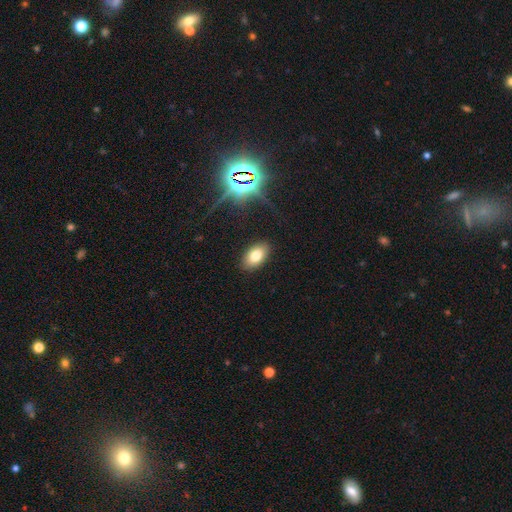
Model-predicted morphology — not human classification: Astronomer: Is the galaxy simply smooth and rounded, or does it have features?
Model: smooth — 77%.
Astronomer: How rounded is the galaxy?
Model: in between — 92%.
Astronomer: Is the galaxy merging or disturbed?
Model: none — 88%.